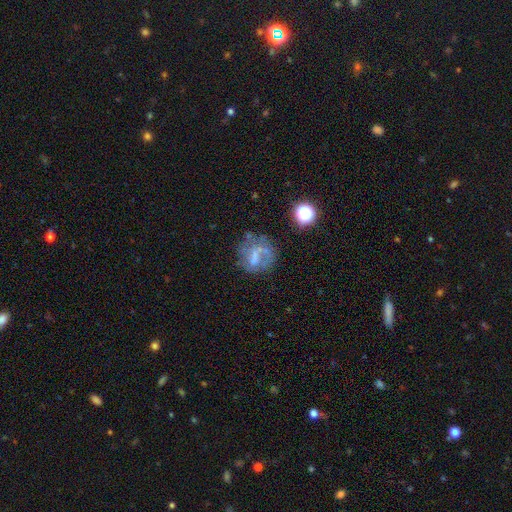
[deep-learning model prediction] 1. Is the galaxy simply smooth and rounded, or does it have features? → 51% featured or disk, 33% smooth, 16% star or artifact.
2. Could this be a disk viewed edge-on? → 97% no, 3% yes.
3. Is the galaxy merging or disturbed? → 50% none, 23% major disturbance, 20% minor disturbance, 7% merger.